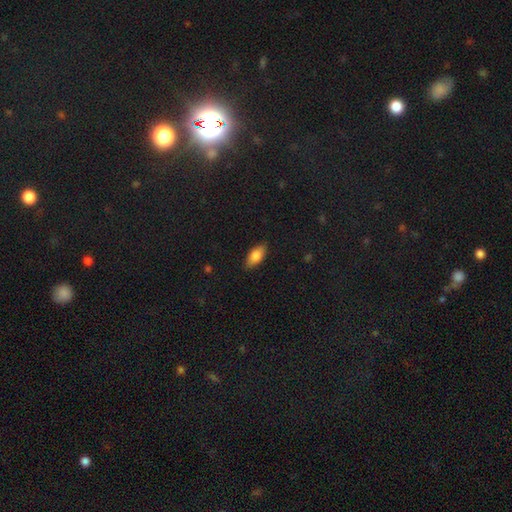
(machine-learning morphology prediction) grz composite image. It shows a smooth galaxy with no disk features (77%) that is in between round and cigar-shaped (85%). Merging: none (86%).